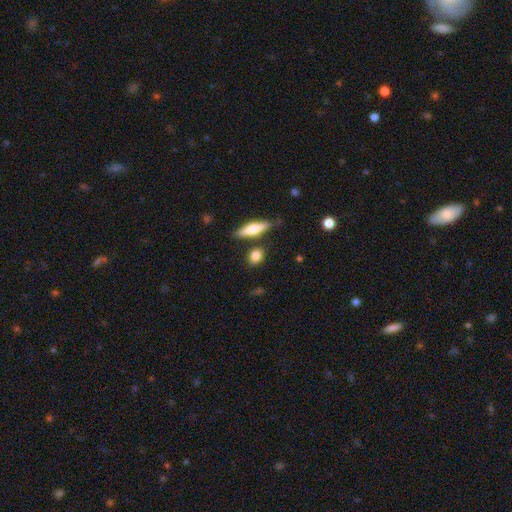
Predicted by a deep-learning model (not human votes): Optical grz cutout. It shows a smooth galaxy with no disk features (79%) that is in between round and cigar-shaped (45%). Merging: none (76%).